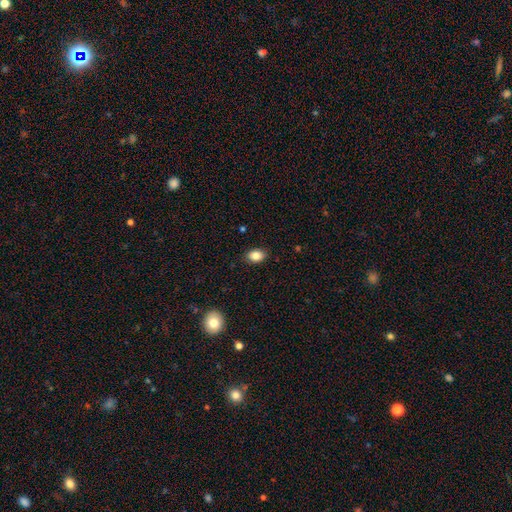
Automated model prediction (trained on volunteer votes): This is clearly a smooth galaxy (85%). How rounded: clearly in between (81%). Merging: clearly none (88%).